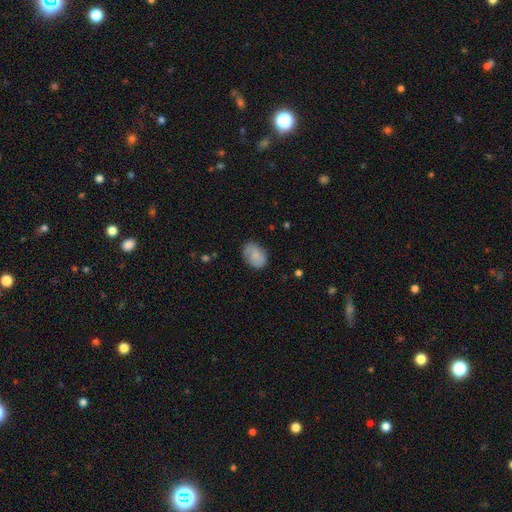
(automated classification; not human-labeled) Morphology: type=smooth (74%); roundness=in between (78%); merging=none (75%).